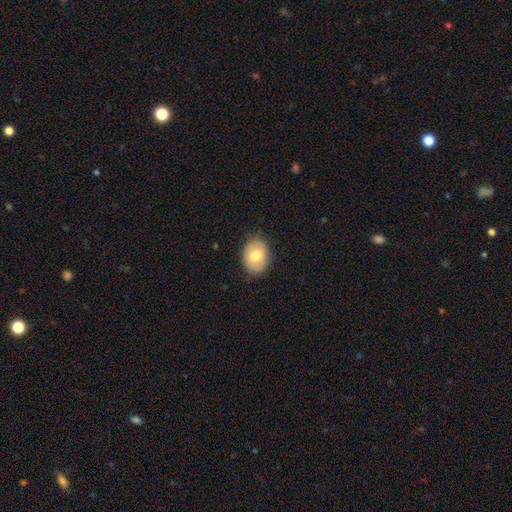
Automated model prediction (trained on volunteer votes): A smooth galaxy with no disk features (74%) that is in between round and cigar-shaped (70%).

Vote fractions:
- Smooth or featured? smooth: 74% / featured or disk: 19% / star or artifact: 7%
- How rounded? in between: 70% / round: 29% / cigar-shaped: 1%
- Merging? none: 83% / minor disturbance: 14% / major disturbance: 3% / merger: 1%